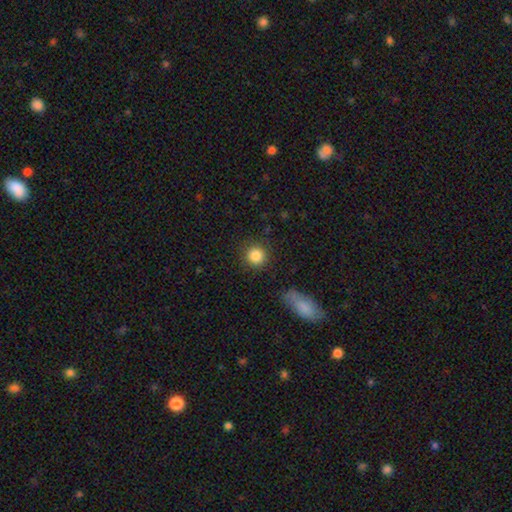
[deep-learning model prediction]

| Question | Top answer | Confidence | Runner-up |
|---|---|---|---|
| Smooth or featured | smooth | 86% | star or artifact (9%) |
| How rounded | round | 93% | in between (6%) |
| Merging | none | 89% | minor disturbance (7%) |